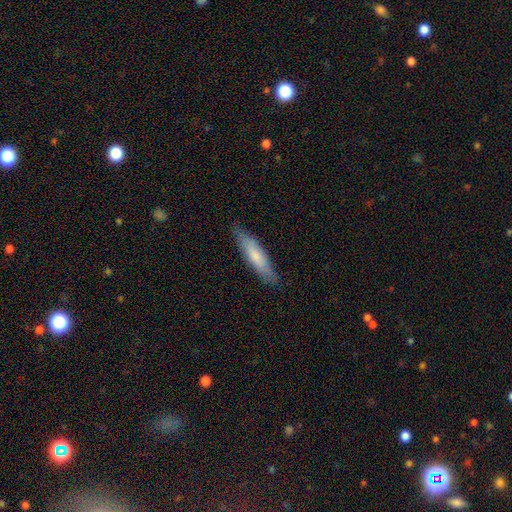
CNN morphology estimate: Smooth or featured: smooth — 70% (featured or disk — 25%)
How rounded: cigar-shaped — 78% (in between — 21%)
Merging: none — 85% (minor disturbance — 12%)